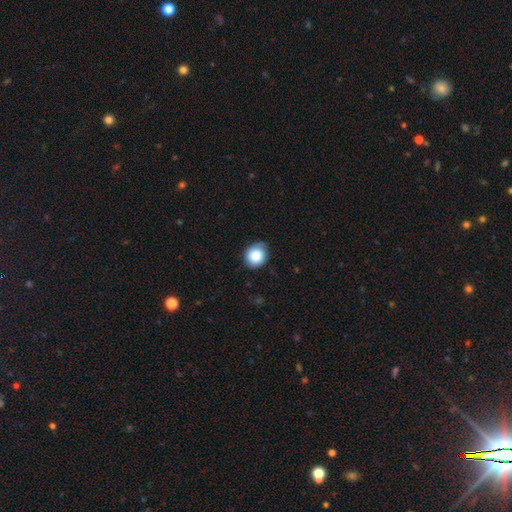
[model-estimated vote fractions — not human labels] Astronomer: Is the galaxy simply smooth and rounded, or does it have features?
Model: smooth — 85%.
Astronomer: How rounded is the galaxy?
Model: round — 78%.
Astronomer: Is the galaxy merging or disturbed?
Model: none — 69%.